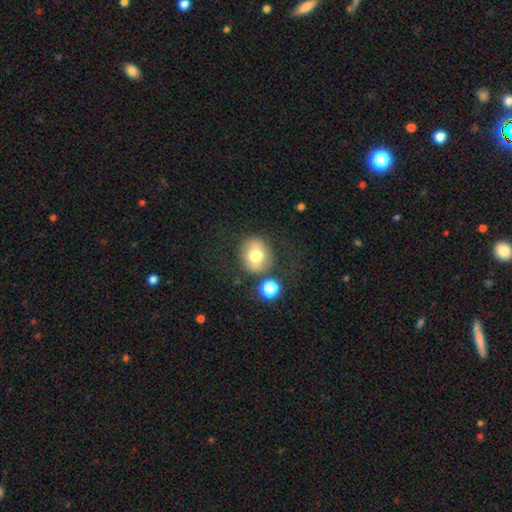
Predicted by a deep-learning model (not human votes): Q: Smooth or featured?
A: smooth (68%); runner-up: featured or disk (21%)
Q: How rounded?
A: round (81%); runner-up: in between (18%)
Q: Merging?
A: none (74%); runner-up: minor disturbance (13%)